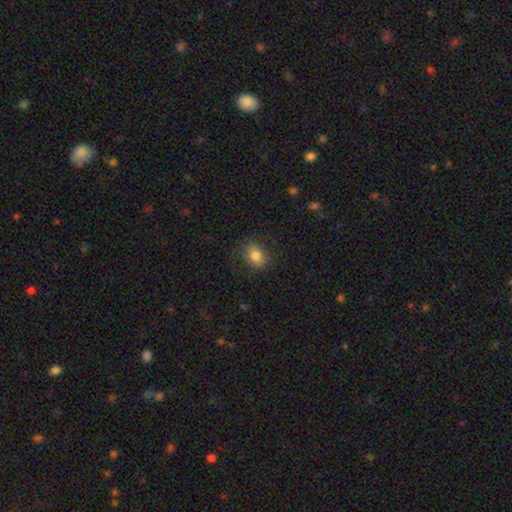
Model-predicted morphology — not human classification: smooth 79%, featured or disk 11%, star or artifact 10%. Down the decision tree: how rounded — in between (58%); merging — none (79%).